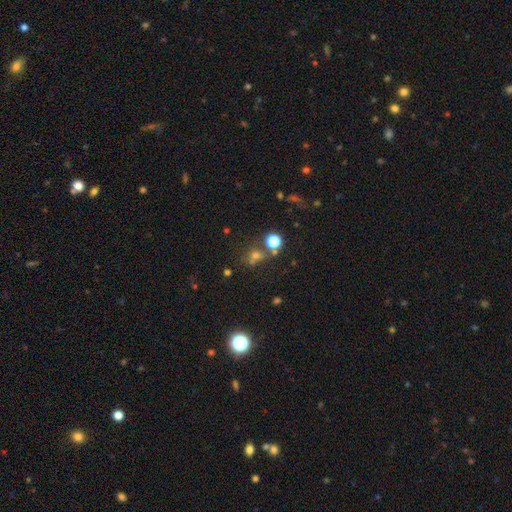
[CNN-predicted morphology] smooth_or_featured: smooth (p=0.44) [tied with: star or artifact p=0.44]
merging: none (p=0.63) [alt: merger p=0.20]